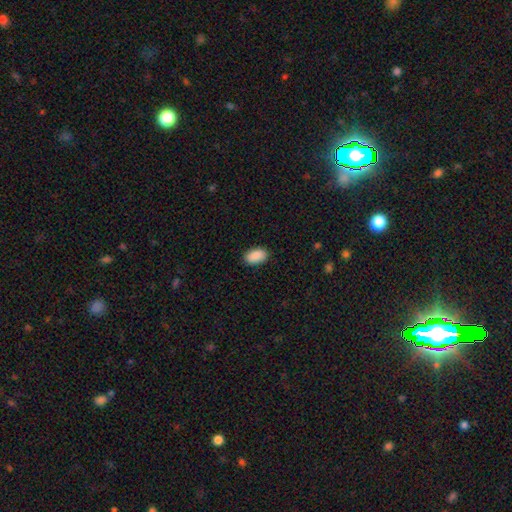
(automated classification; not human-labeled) Smooth or featured? smooth (90%)
How rounded? in between (93%)
Merging? none (88%)